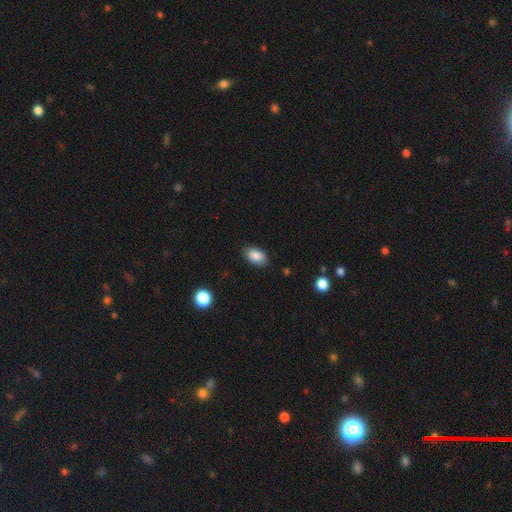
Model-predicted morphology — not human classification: Smooth or featured?
  - smooth: 87% *
  - star or artifact: 8%
  - featured or disk: 5%
How rounded?
  - in between: 90% *
  - round: 8%
  - cigar-shaped: 2%
Merging?
  - none: 84% *
  - minor disturbance: 12%
  - major disturbance: 3%
  - merger: 1%